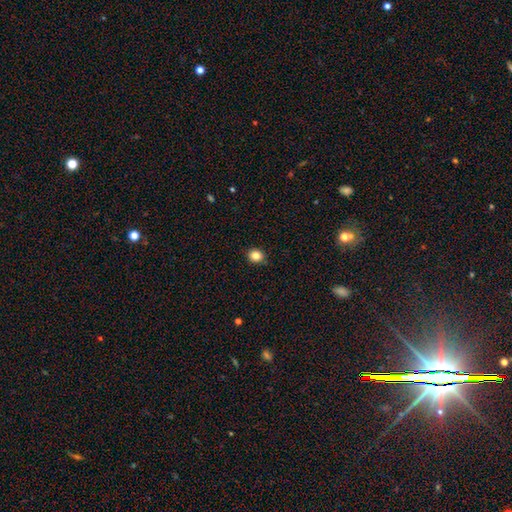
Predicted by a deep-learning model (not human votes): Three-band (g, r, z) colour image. It shows a smooth galaxy with no disk features (84%) that is round (74%). Merging: none (89%).